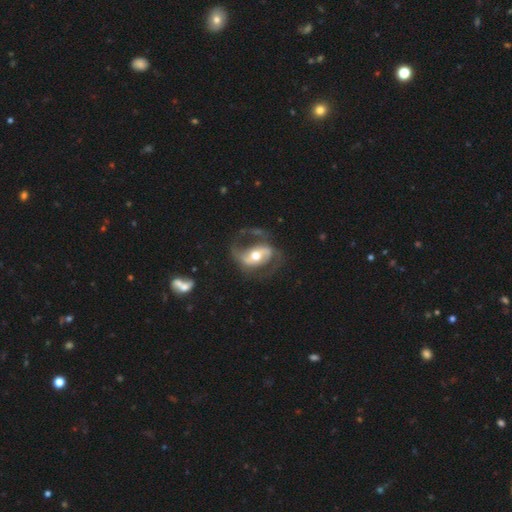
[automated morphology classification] Smooth or featured? Predicted: featured or disk (p=0.82). Edge-on disk? Predicted: no (p=0.96). Bar? Predicted: strong (p=0.39). Spiral arms? Predicted: yes (p=0.87). Spiral winding? Predicted: medium (p=0.46). Spiral arm count? Predicted: 2 (p=0.85). Bulge size? Predicted: moderate (p=0.73). Merging? Predicted: none (p=0.56).